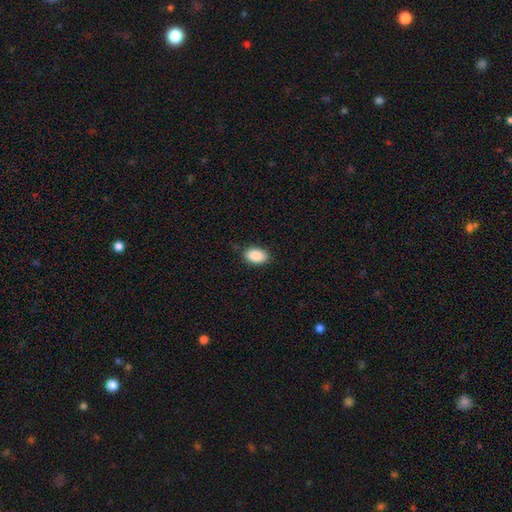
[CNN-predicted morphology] Smooth or featured: smooth — 90% (star or artifact — 7%)
How rounded: in between — 91% (round — 8%)
Merging: none — 85% (minor disturbance — 11%)